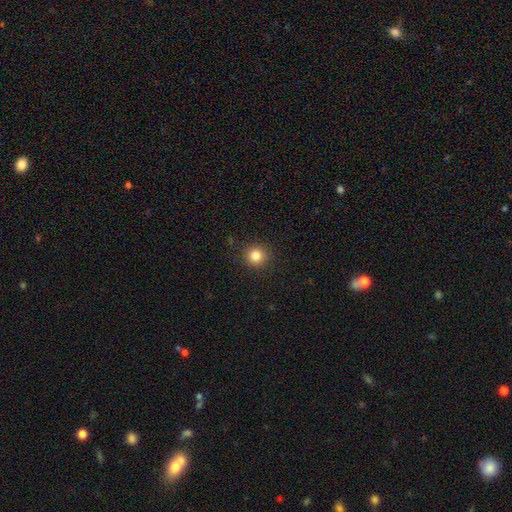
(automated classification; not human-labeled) smooth-or-featured: smooth: 83% | star or artifact: 12% | featured or disk: 5%
  how-rounded: round: 94% | in between: 5% | cigar-shaped: 1%
  merging: none: 91% | minor disturbance: 6% | major disturbance: 2% | merger: 1%